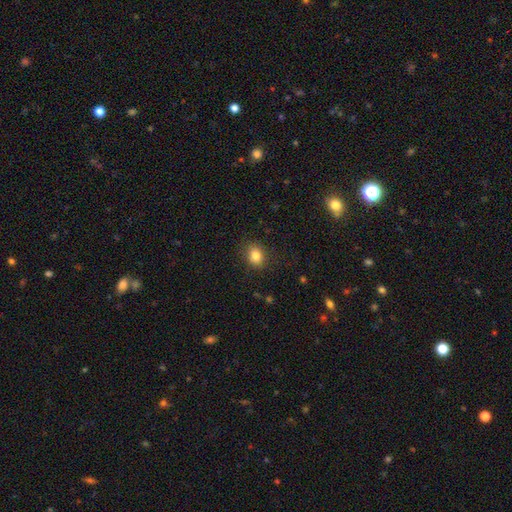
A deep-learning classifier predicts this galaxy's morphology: type=smooth (83%); roundness=round (51%); merging=none (85%).